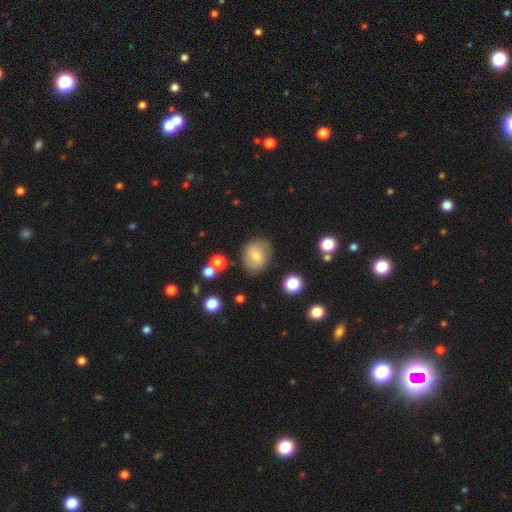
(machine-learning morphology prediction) Smooth or featured? smooth (66%)
How rounded? round (63%)
Merging? none (75%)